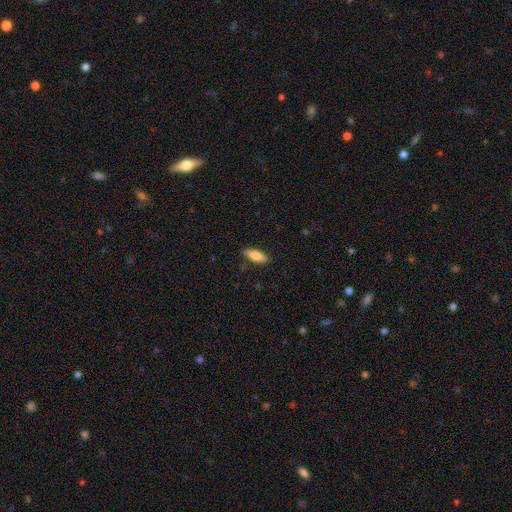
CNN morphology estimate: Smooth or featured: smooth — 71% (featured or disk — 23%)
How rounded: cigar-shaped — 51% (in between — 47%)
Merging: none — 86% (minor disturbance — 11%)